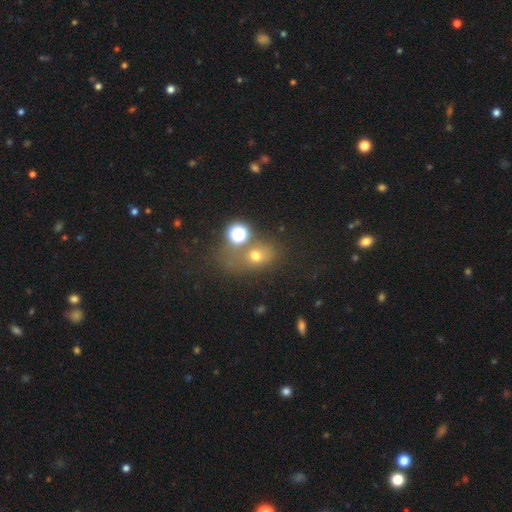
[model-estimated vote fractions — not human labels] This appears to be a smooth galaxy with no disk features (62%) that is round (51%). Merging: none (49%).